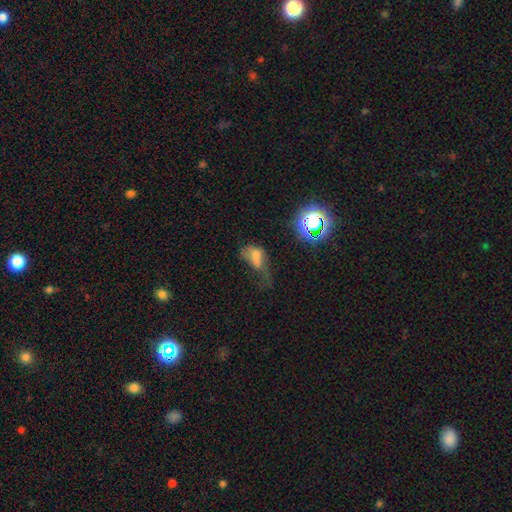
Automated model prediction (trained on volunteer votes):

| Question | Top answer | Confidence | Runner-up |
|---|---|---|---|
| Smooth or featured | smooth | 49% | featured or disk (28%) |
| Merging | major disturbance | 49% | minor disturbance (22%) |